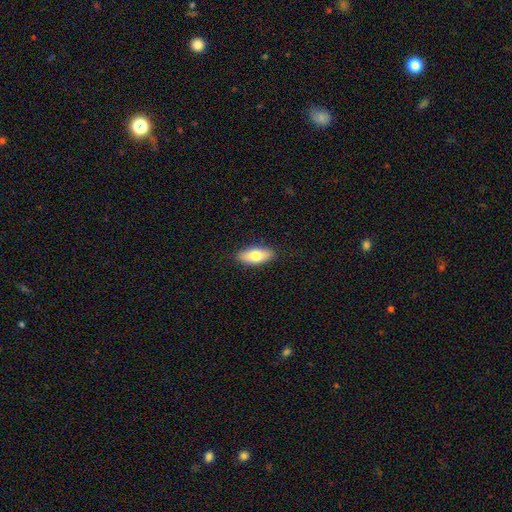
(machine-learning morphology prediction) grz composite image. It shows a smooth galaxy with no disk features (73%) that is in between round and cigar-shaped (80%). Merging: none (88%).